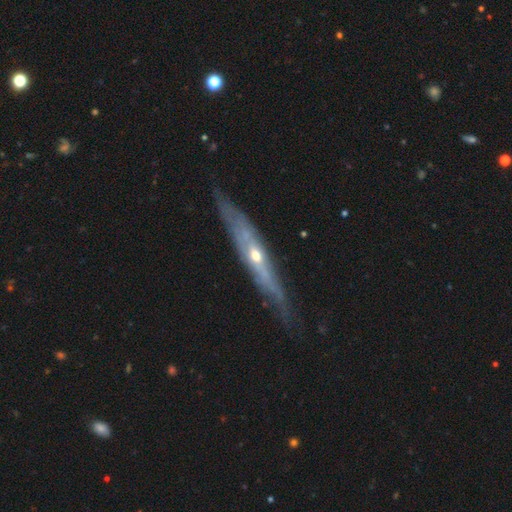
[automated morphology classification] Q: Smooth or featured?
A: featured or disk (78%); runner-up: smooth (18%)
Q: Edge-on disk?
A: yes (70%); runner-up: no (30%)
Q: Edge-on bulge?
A: rounded (75%); runner-up: none (22%)
Q: Merging?
A: none (69%); runner-up: minor disturbance (21%)